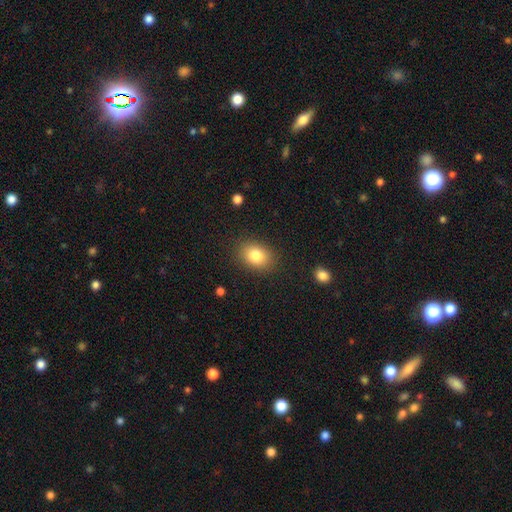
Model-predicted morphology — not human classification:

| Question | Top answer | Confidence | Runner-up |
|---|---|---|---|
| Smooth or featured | smooth | 82% | star or artifact (9%) |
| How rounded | in between | 68% | round (31%) |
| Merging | none | 86% | minor disturbance (10%) |